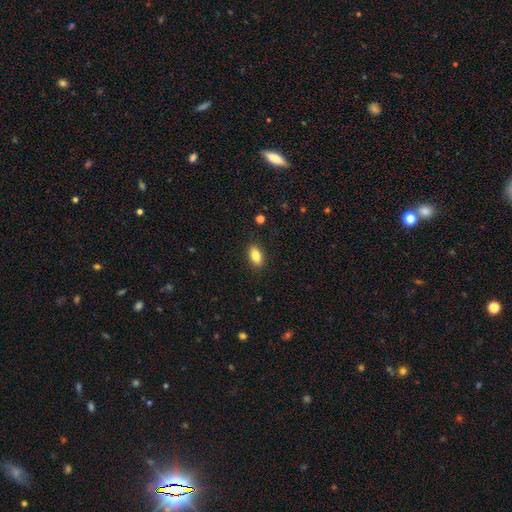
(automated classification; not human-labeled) smooth_or_featured: smooth (p=0.83) [alt: featured or disk p=0.09]
how_rounded: in between (p=0.89) [alt: round p=0.06]
merging: none (p=0.88) [alt: minor disturbance p=0.09]